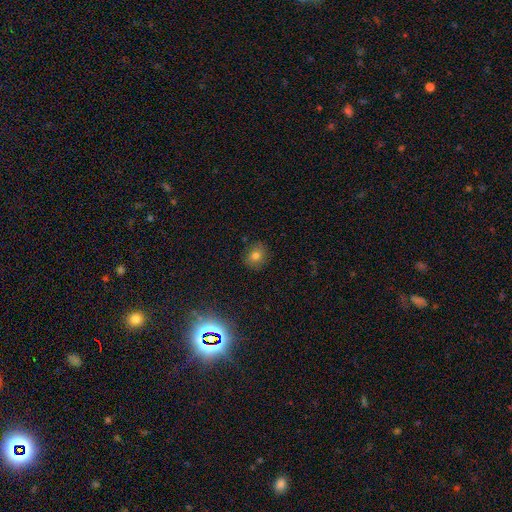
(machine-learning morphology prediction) Q: Smooth or featured?
A: smooth (74%); runner-up: star or artifact (16%)
Q: How rounded?
A: round (67%); runner-up: in between (32%)
Q: Merging?
A: none (85%); runner-up: minor disturbance (11%)